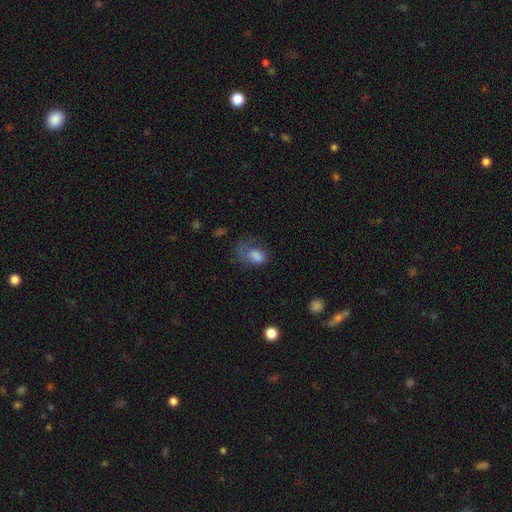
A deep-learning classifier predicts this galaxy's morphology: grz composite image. It shows a smooth galaxy with no disk features (66%) that is in between round and cigar-shaped (79%). Merging: major disturbance (48%).